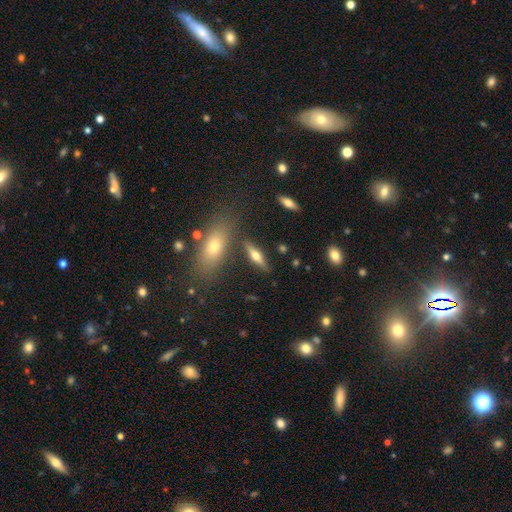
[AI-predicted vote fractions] A featured or disk galaxy (48%).

Vote fractions:
- Smooth or featured? featured or disk: 48% / smooth: 43% / star or artifact: 9%
- Merging? none: 79% / minor disturbance: 11% / merger: 6% / major disturbance: 4%